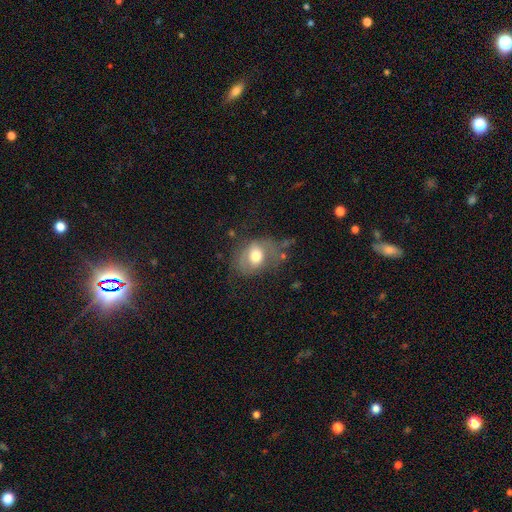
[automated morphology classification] type=smooth (59%); roundness=in between (62%); merging=none (43%).